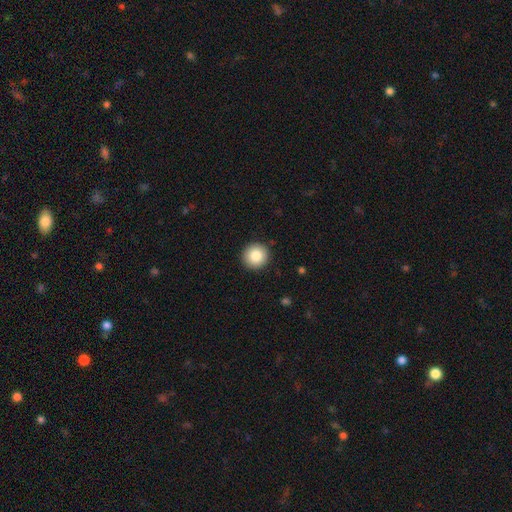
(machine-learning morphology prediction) A smooth galaxy with no disk features (85%) that is round (95%). Merging: none (92%).